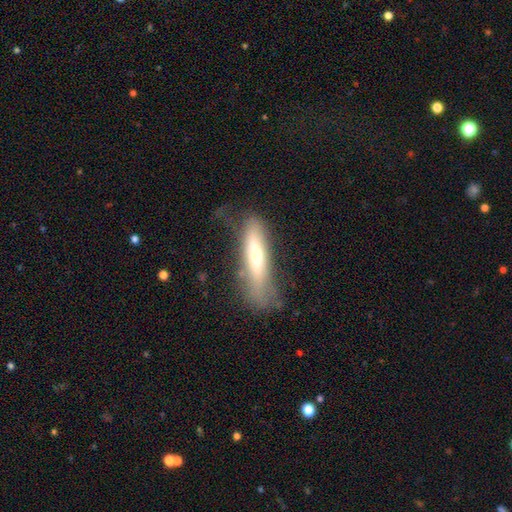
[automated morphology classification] Smooth or featured?
  - smooth: 49% *
  - featured or disk: 42%
  - star or artifact: 8%
Merging?
  - none: 54% *
  - minor disturbance: 26%
  - major disturbance: 17%
  - merger: 3%